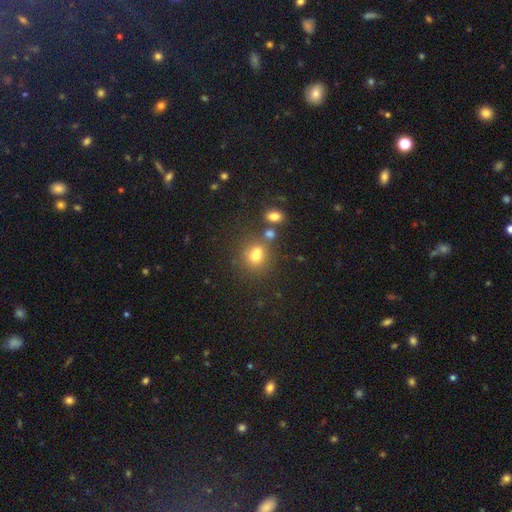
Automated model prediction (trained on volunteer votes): A smooth galaxy with no disk features (69%) that is round (71%). Merging: none (50%).